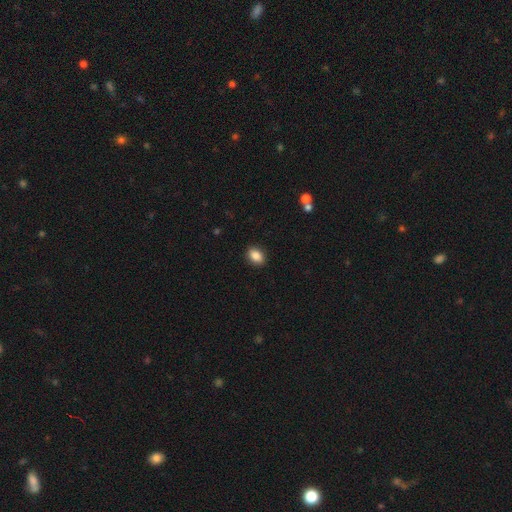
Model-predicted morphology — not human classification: type=smooth (87%); roundness=in between (79%); merging=none (90%).